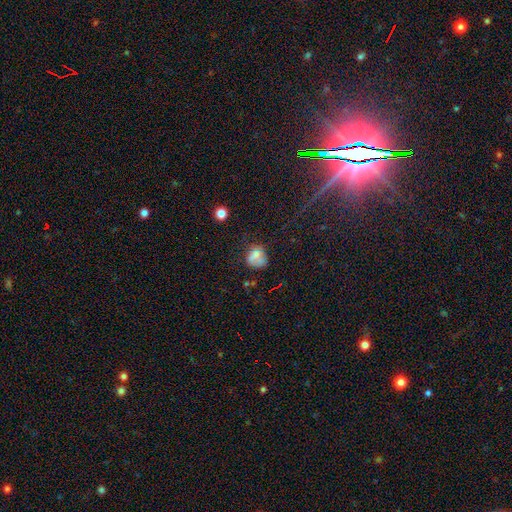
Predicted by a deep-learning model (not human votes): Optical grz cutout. It shows a smooth galaxy with no disk features (67%) that is round (64%). Merging: none (46%).